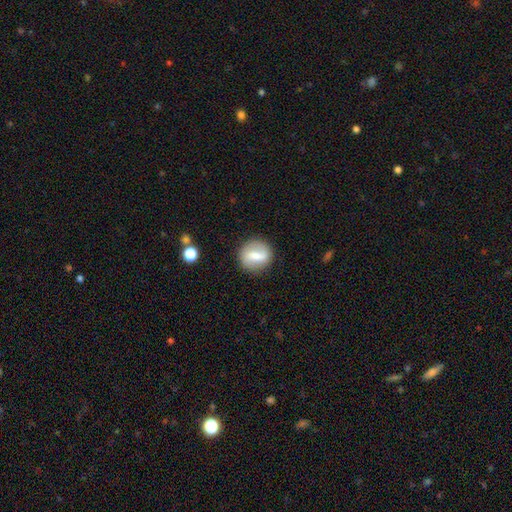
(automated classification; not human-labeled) Q: Smooth or featured?
A: smooth (50%); runner-up: featured or disk (43%)
Q: Merging?
A: none (85%); runner-up: minor disturbance (10%)